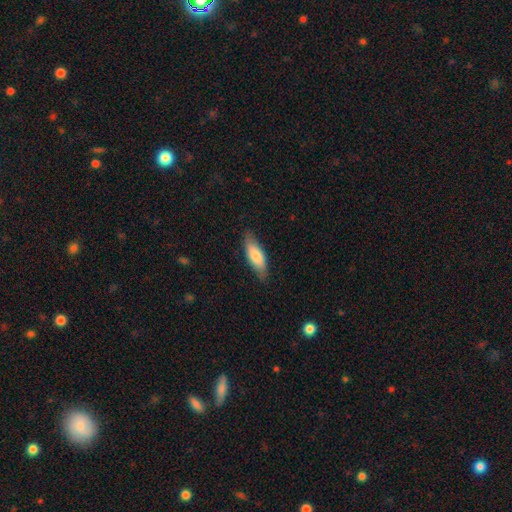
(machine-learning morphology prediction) Smooth or featured? smooth (77%)
How rounded? in between (66%)
Merging? none (80%)